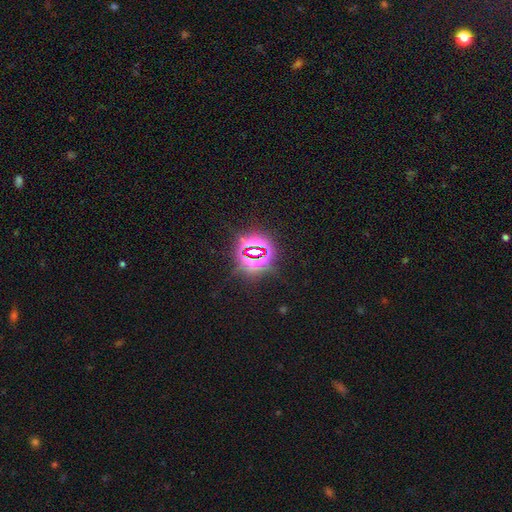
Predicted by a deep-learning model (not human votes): Overall: star or artifact (80%).